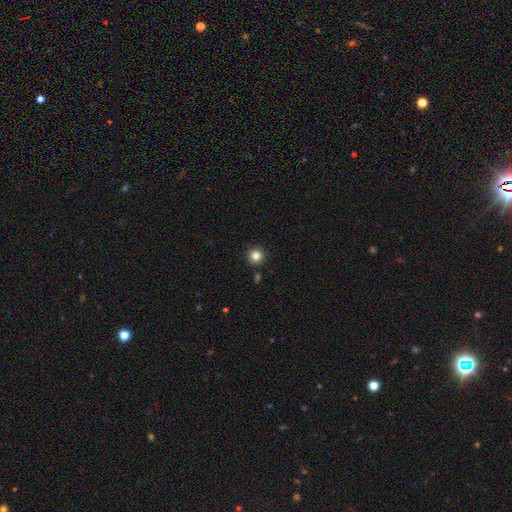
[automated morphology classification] Overall: smooth (83%). How rounded: round (96%). Merging: none (92%).